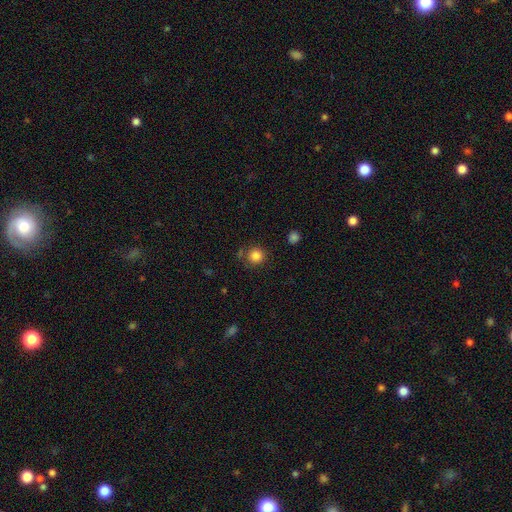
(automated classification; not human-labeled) Smooth or featured? Predicted: smooth (p=0.84). How rounded? Predicted: round (p=0.94). Merging? Predicted: none (p=0.82).